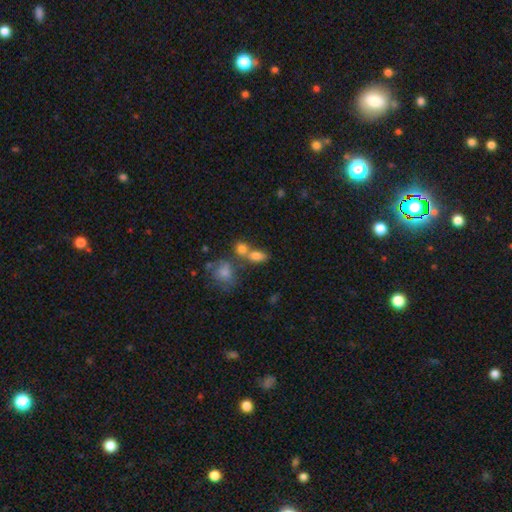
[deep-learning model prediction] The model was most divided on "merging": merger: 43%, none: 40%, minor disturbance: 11%, major disturbance: 6%. More confident: smooth or featured — smooth (77%); how rounded — in between (77%).